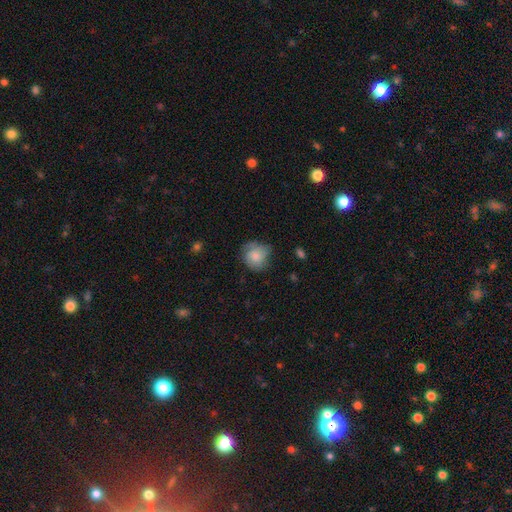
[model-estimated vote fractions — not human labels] Overall: smooth (66%). How rounded: round (80%). Merging: none (56%; minor disturbance 30%).